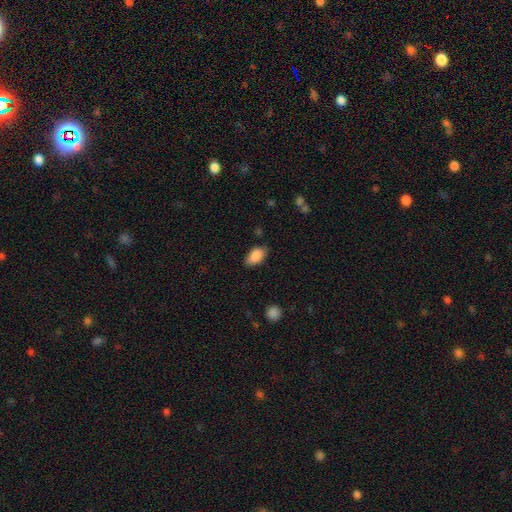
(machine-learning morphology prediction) This appears to be a smooth galaxy with no disk features (88%) that is in between round and cigar-shaped (92%). Merging: none (81%).